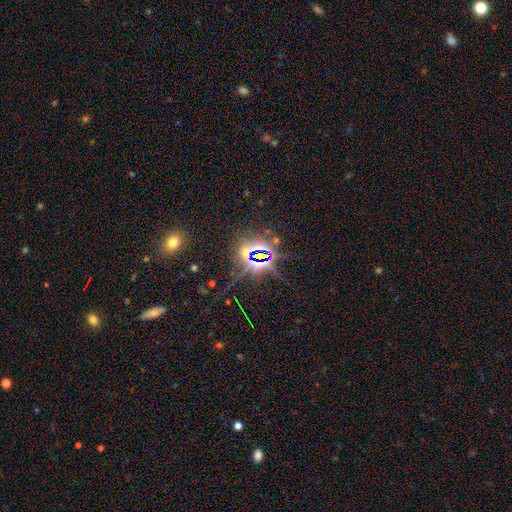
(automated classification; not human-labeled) A star or artifact, not a galaxy (82%).